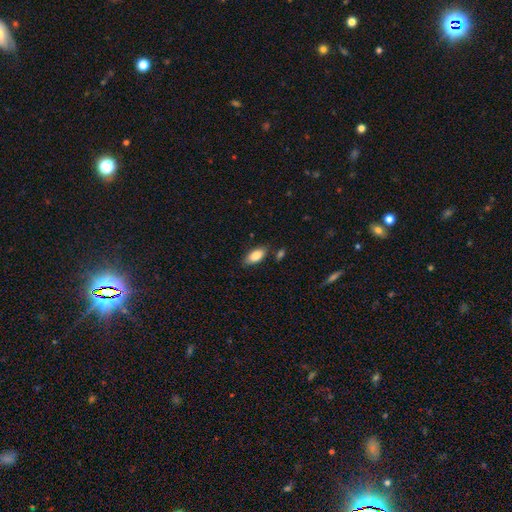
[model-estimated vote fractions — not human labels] Q: Smooth or featured?
A: smooth (85%); runner-up: featured or disk (9%)
Q: How rounded?
A: in between (91%); runner-up: cigar-shaped (7%)
Q: Merging?
A: none (79%); runner-up: minor disturbance (14%)